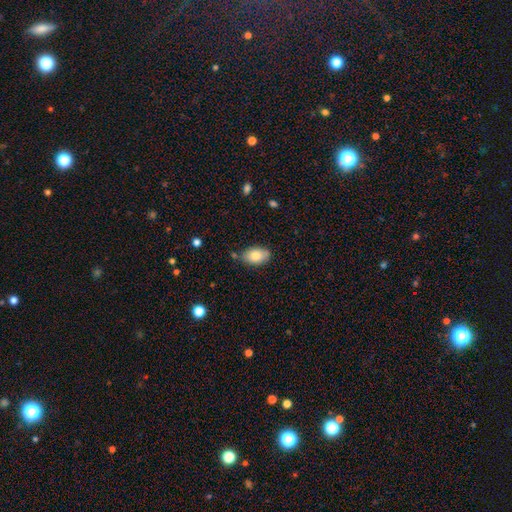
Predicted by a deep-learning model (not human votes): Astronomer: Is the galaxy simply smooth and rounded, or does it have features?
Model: smooth — 81%.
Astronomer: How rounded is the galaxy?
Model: in between — 92%.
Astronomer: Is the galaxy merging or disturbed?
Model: none — 76%.